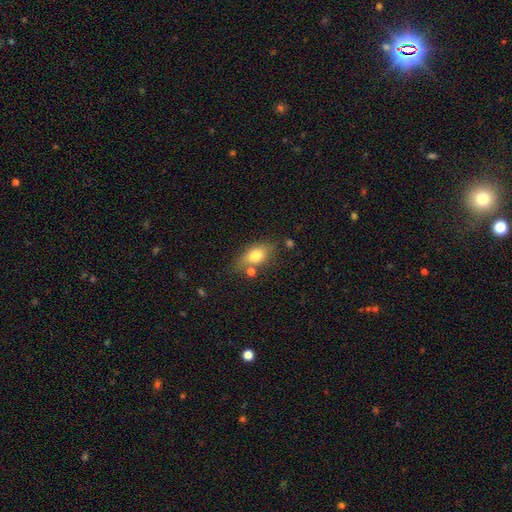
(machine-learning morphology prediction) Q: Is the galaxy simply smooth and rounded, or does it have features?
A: smooth — 74%.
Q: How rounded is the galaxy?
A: in between — 80%.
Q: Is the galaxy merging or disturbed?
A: none — 65%.